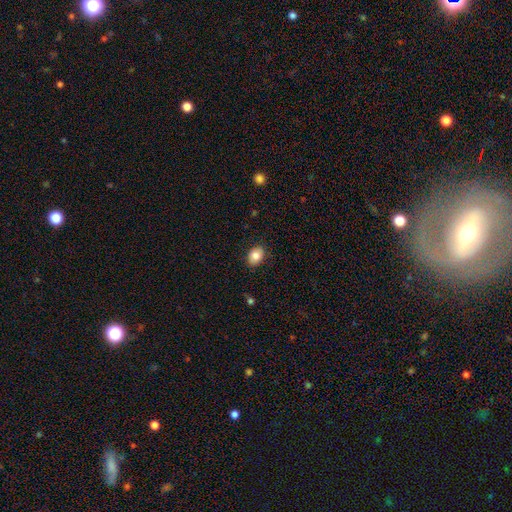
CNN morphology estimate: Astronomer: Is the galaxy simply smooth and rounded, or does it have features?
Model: smooth — 83%.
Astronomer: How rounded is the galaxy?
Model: in between — 70%.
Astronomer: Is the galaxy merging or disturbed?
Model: none — 86%.